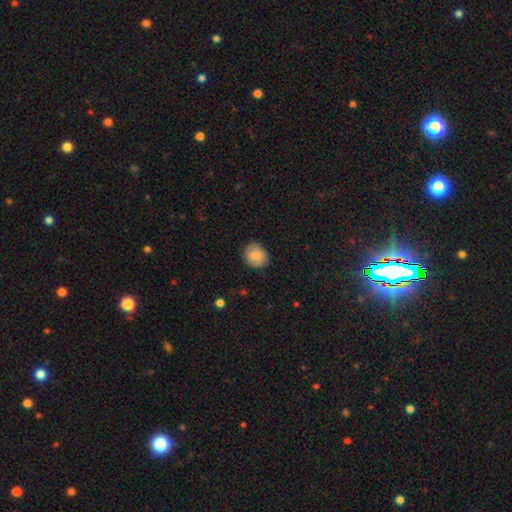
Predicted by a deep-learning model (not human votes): This is clearly a smooth galaxy (81%). How rounded: likely round (69%). Merging: clearly none (83%).